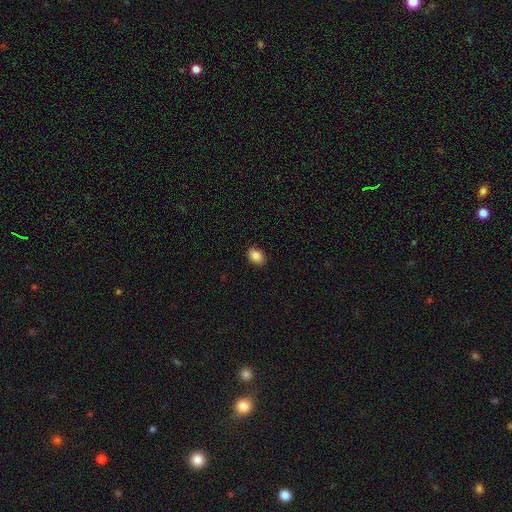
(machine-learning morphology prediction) smooth_or_featured: smooth (p=0.88) [alt: star or artifact p=0.09]
how_rounded: in between (p=0.71) [alt: round p=0.28]
merging: none (p=0.90) [alt: minor disturbance p=0.07]